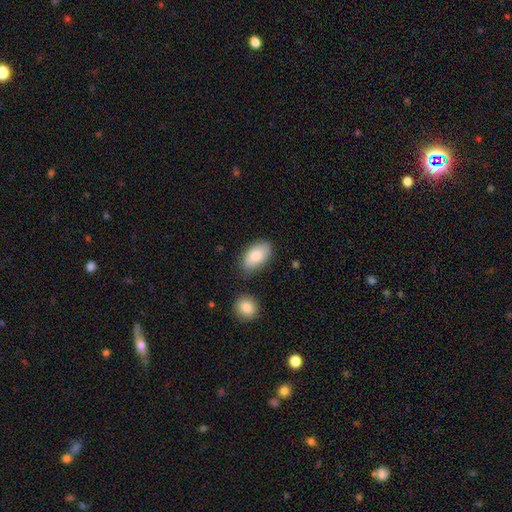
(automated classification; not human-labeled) smooth 84%, featured or disk 10%, star or artifact 6%. Down the decision tree: how rounded — in between (94%); merging — none (73%).